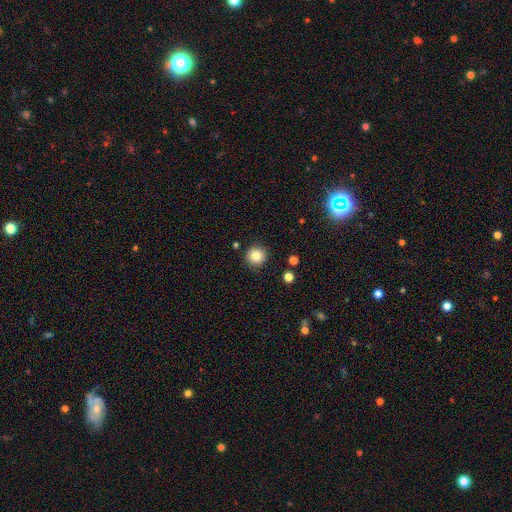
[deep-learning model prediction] This appears to be a smooth galaxy with no disk features (83%) that is round (95%). Merging: none (90%).